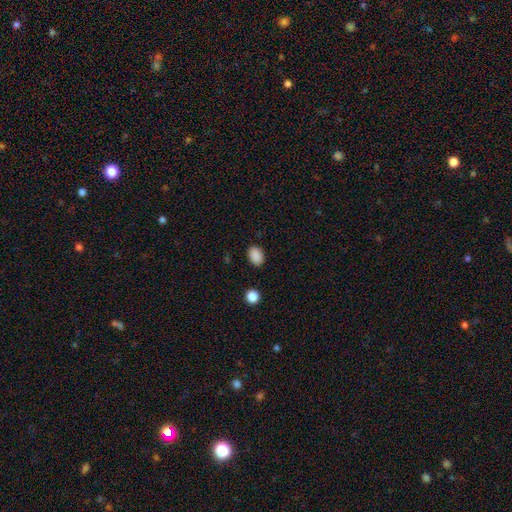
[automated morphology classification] type=smooth (89%); roundness=in between (79%); merging=none (87%).